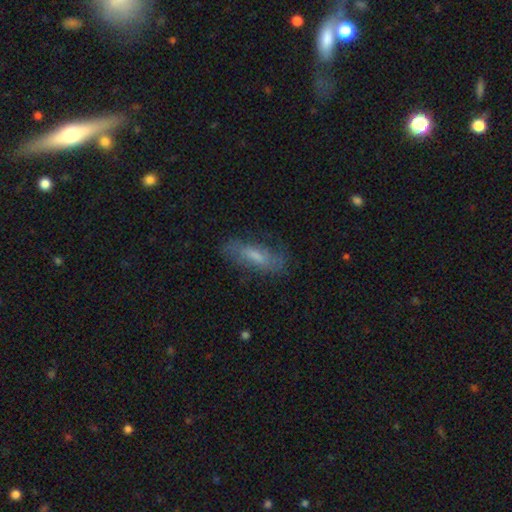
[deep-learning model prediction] Smooth or featured? Predicted: smooth (p=0.50). How rounded? Predicted: in between (p=0.53). Merging? Predicted: none (p=0.72).